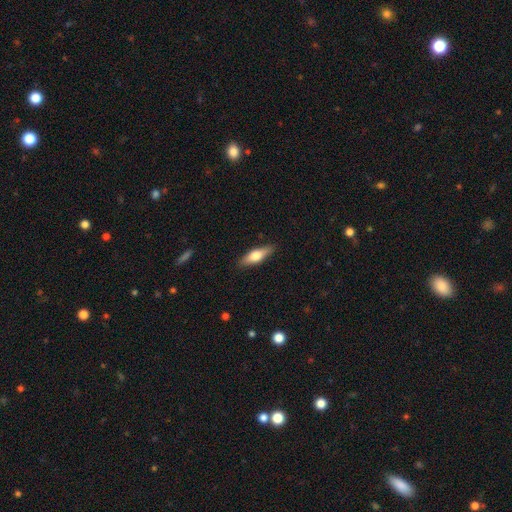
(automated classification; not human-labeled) The model was most divided on "how rounded": cigar-shaped: 52%, in between: 45%, round: 3%. More confident: merging — none (87%); smooth or featured — smooth (55%).